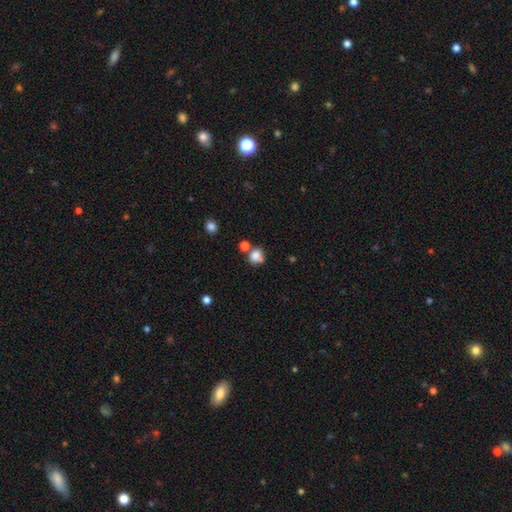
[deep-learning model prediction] A smooth galaxy with no disk features (81%) that is round (82%). Merging: none (59%).